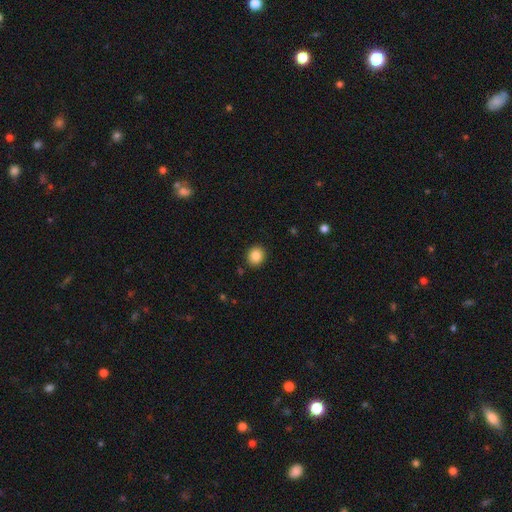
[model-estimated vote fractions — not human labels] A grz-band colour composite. It shows a smooth galaxy with no disk features (86%) that is round (78%). Merging: none (90%).